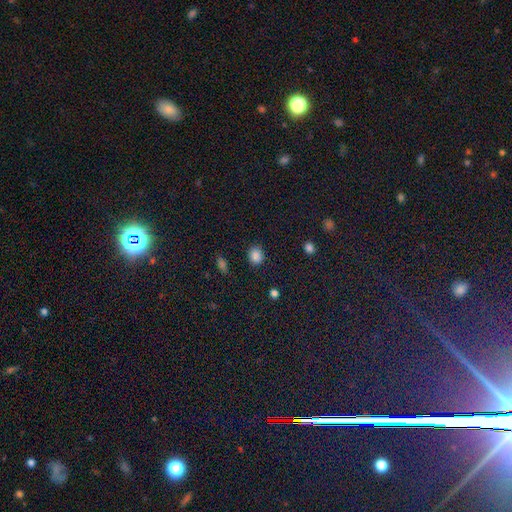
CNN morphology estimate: Smooth or featured: smooth — 85% (star or artifact — 11%)
How rounded: round — 66% (in between — 33%)
Merging: none — 84% (minor disturbance — 11%)